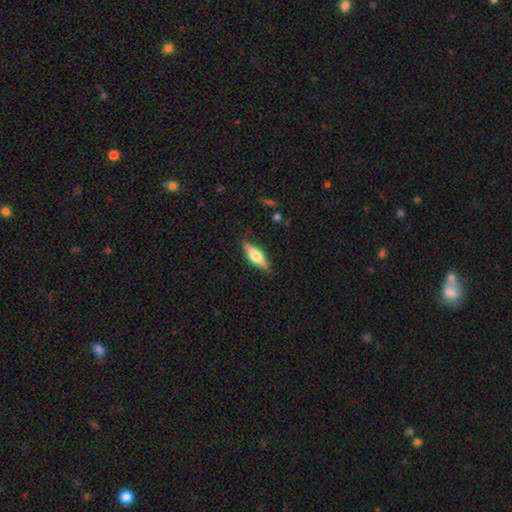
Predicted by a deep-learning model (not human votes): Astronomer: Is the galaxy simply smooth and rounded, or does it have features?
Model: smooth — 52% (runner-up: featured or disk, 42%).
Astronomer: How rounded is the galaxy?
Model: in between — 53% (runner-up: cigar-shaped, 44%).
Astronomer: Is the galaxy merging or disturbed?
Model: none — 86%.